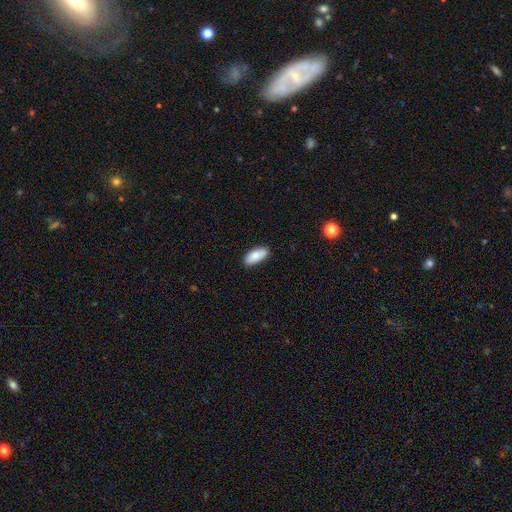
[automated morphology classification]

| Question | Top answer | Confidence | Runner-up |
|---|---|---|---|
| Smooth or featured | smooth | 85% | featured or disk (9%) |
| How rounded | in between | 87% | cigar-shaped (11%) |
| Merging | none | 87% | minor disturbance (10%) |